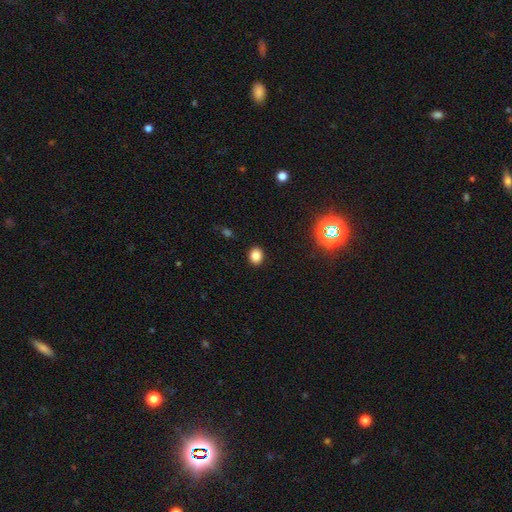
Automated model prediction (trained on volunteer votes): The model was most divided on "how rounded": round: 59%, in between: 40%, cigar-shaped: 1%. More confident: merging — none (91%); smooth or featured — smooth (83%).